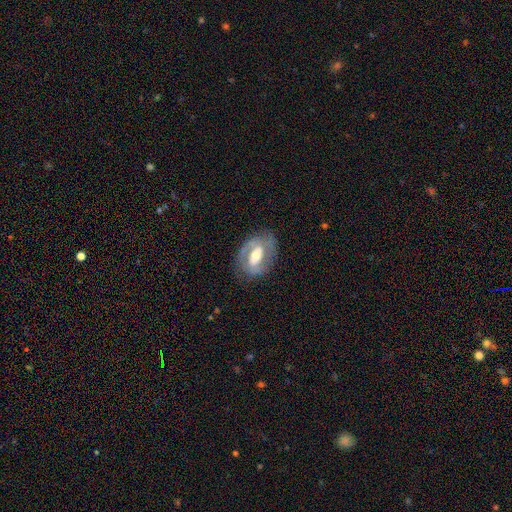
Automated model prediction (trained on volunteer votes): Smooth or featured? featured or disk (70%)
Edge-on disk? no (93%)
Bar? strong (38%)
Spiral arms? yes (66%)
Bulge size? moderate (64%)
Merging? none (71%)